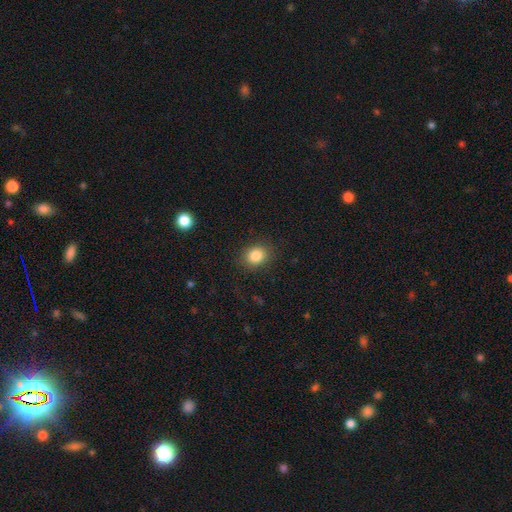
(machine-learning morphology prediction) The model was most divided on "how rounded": round: 62%, in between: 37%, cigar-shaped: 1%. More confident: merging — none (87%); smooth or featured — smooth (84%).